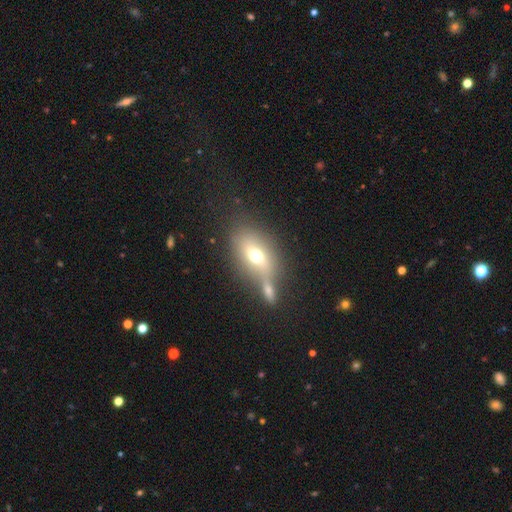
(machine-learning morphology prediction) This appears to be a smooth galaxy with no disk features (64%) that is in between round and cigar-shaped (76%). Merging: none (44%).